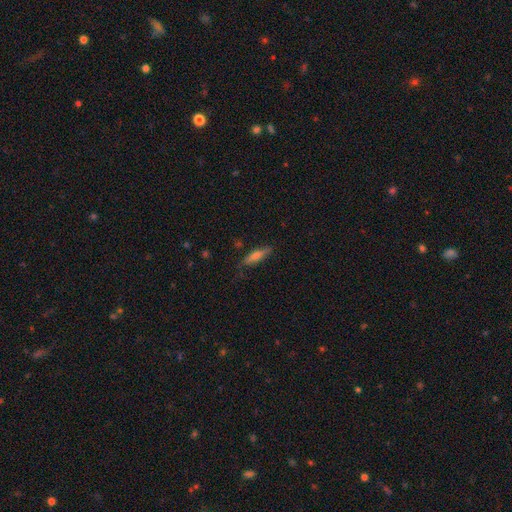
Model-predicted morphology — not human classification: A smooth galaxy with no disk features (51%) that is cigar-shaped (77%).

Vote fractions:
- Smooth or featured? smooth: 51% / featured or disk: 39% / star or artifact: 10%
- How rounded? cigar-shaped: 77% / in between: 21% / round: 2%
- Merging? none: 79% / minor disturbance: 16% / major disturbance: 3% / merger: 1%